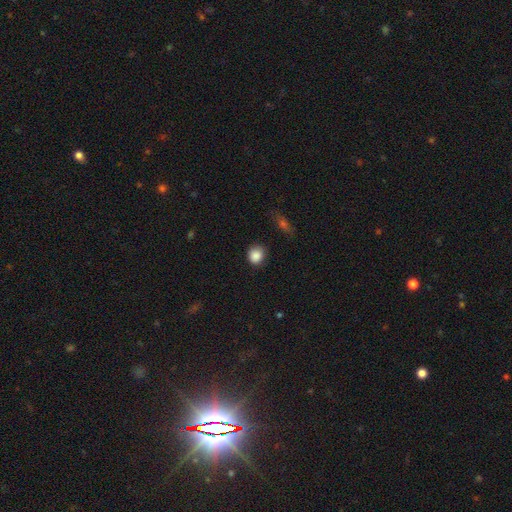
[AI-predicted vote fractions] The model was most divided on "how rounded": round: 81%, in between: 18%, cigar-shaped: 1%. More confident: smooth or featured — smooth (88%); merging — none (83%).